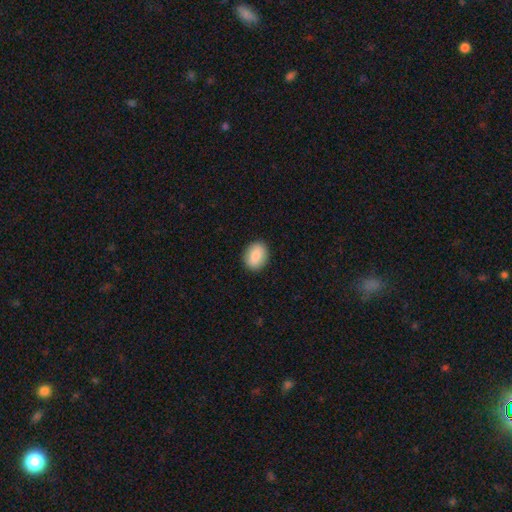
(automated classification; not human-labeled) Overall: smooth (87%). How rounded: in between (68%; round 31%). Merging: none (89%).